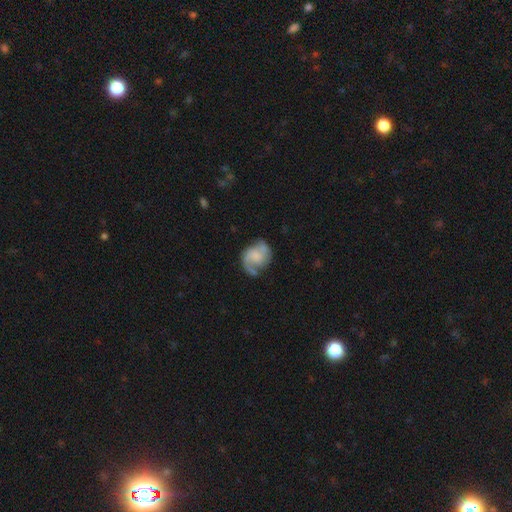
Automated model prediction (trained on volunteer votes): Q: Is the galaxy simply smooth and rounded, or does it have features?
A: featured or disk — 76%.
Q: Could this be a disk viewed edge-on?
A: no — 98%.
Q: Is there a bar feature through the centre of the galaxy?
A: no — 60%.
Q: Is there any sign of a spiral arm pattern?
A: yes — 94%.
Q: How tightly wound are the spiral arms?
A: medium — 47%.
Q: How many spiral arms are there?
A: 2 — 84%.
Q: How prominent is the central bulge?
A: none — 48%.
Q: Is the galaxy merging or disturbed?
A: none — 65%.